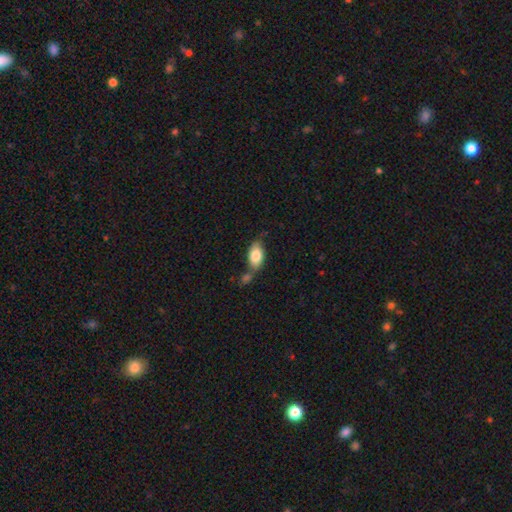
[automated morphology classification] This is clearly a smooth galaxy (81%). How rounded: clearly in between (91%). Merging: possibly none (49%).